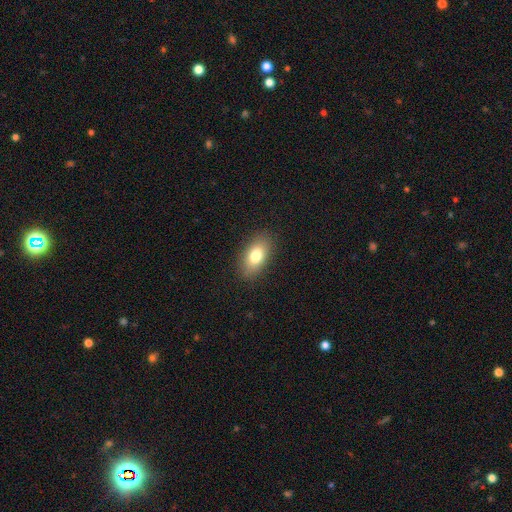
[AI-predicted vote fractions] The model was most divided on "smooth or featured": smooth: 78%, featured or disk: 13%, star or artifact: 8%. More confident: how rounded — in between (89%); merging — none (86%).